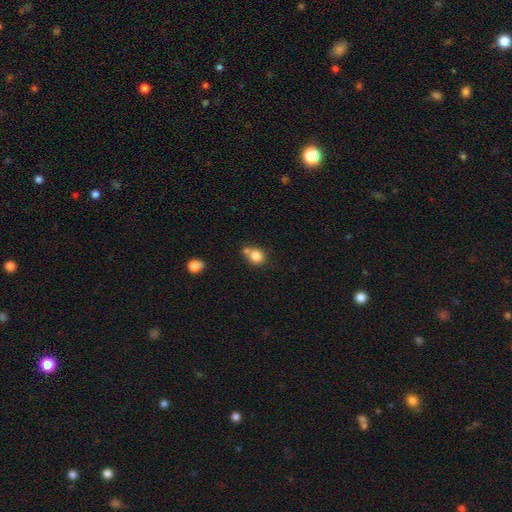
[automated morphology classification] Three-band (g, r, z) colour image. It shows a smooth galaxy with no disk features (82%) that is round (76%). Merging: none (52%).